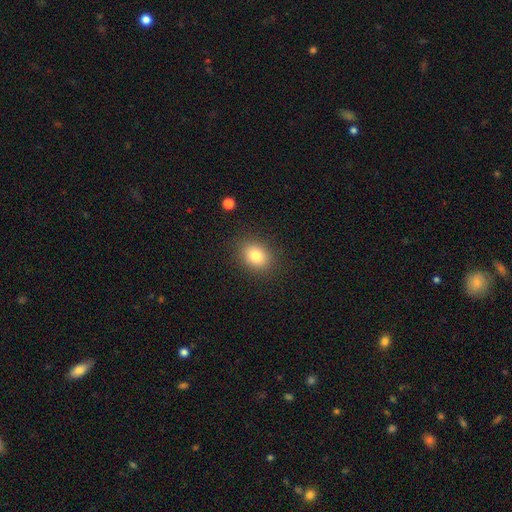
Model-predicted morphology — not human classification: A smooth galaxy with no disk features (81%) that is in between round and cigar-shaped (57%). Merging: none (87%).